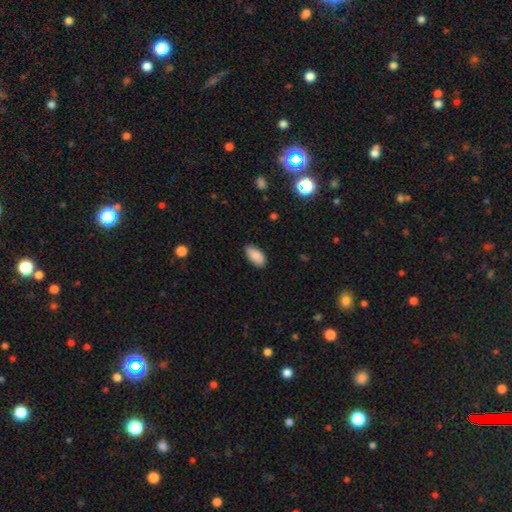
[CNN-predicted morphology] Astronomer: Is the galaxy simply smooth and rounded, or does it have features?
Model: smooth — 86%.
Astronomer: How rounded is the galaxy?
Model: in between — 93%.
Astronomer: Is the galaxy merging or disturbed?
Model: none — 82%.